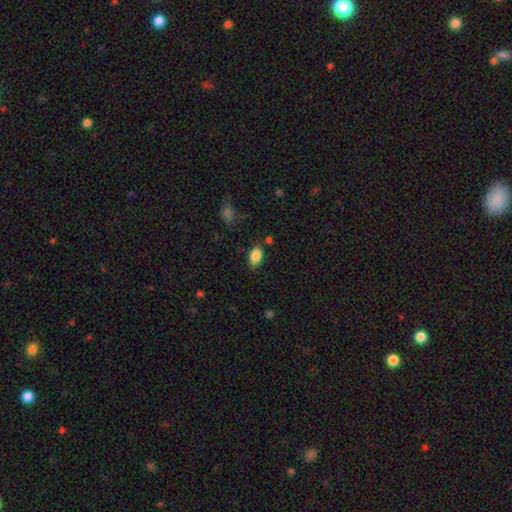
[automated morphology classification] smooth_or_featured: smooth (p=0.86) [alt: star or artifact p=0.08]
how_rounded: in between (p=0.89) [alt: round p=0.09]
merging: none (p=0.78) [alt: minor disturbance p=0.15]